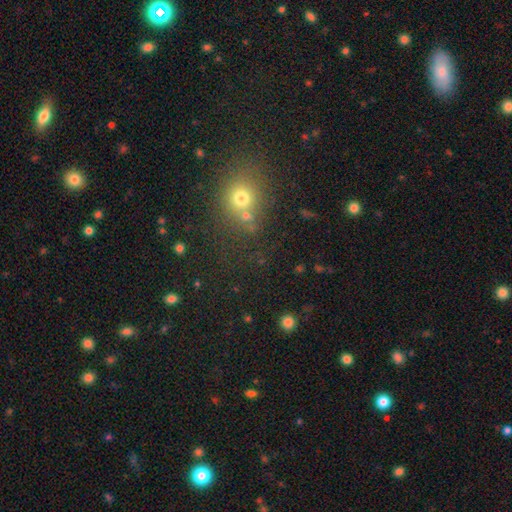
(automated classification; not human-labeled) smooth_or_featured: smooth (p=0.54) [alt: star or artifact p=0.35]
how_rounded: round (p=0.73) [alt: in between p=0.25]
merging: none (p=0.64) [alt: merger p=0.21]